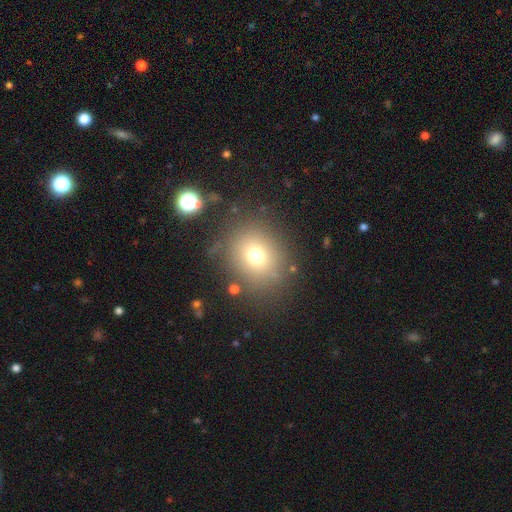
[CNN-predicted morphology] Smooth or featured? Predicted: smooth (p=0.70). How rounded? Predicted: round (p=0.76). Merging? Predicted: none (p=0.80).